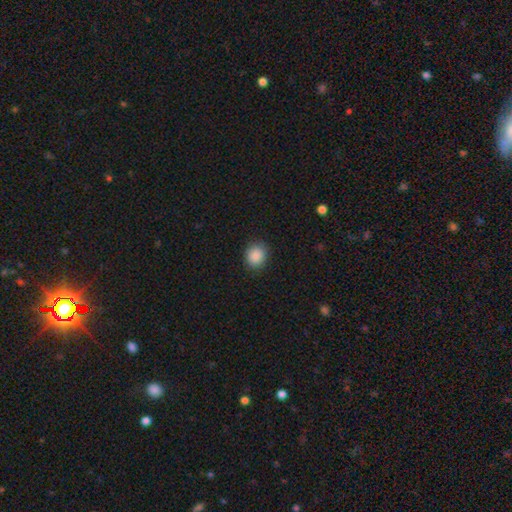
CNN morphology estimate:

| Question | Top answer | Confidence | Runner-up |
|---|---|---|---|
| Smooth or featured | smooth | 88% | star or artifact (9%) |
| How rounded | round | 76% | in between (23%) |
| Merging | none | 87% | minor disturbance (9%) |